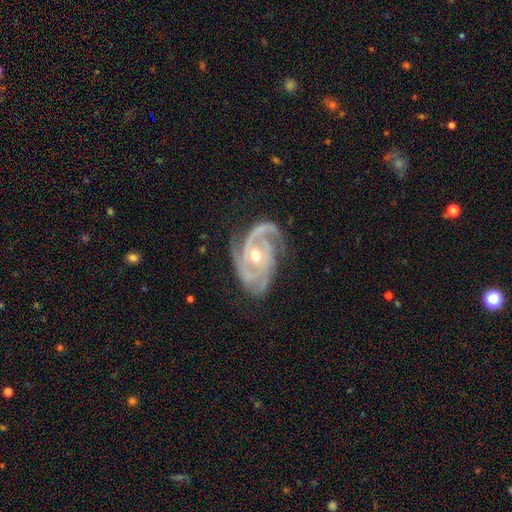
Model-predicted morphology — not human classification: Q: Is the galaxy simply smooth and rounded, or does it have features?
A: featured or disk — 93%.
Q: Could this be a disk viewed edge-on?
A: no — 97%.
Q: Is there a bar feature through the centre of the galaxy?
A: no — 67%.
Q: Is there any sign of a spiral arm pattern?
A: yes — 98%.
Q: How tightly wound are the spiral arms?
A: tight — 58%.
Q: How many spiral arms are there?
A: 3 — 54%.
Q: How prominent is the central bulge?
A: moderate — 71%.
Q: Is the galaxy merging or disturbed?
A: none — 69%.